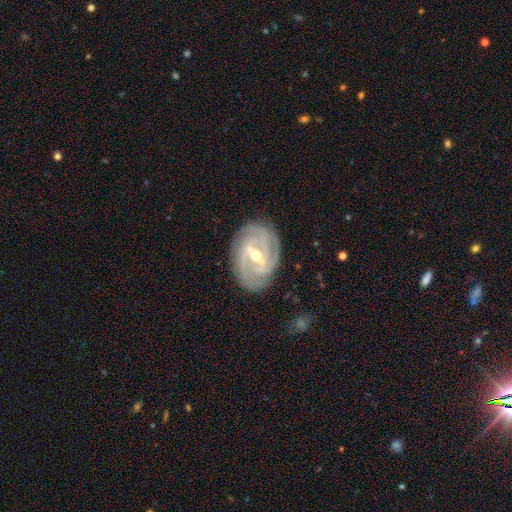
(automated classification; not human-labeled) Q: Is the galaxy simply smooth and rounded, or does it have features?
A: featured or disk — 90%.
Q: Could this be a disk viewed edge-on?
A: no — 96%.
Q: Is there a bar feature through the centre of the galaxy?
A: strong — 54%.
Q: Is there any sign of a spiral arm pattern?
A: yes — 97%.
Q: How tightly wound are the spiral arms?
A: tight — 66%.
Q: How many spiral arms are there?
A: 3 — 35%.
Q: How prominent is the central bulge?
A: moderate — 63%.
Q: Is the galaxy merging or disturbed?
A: none — 82%.